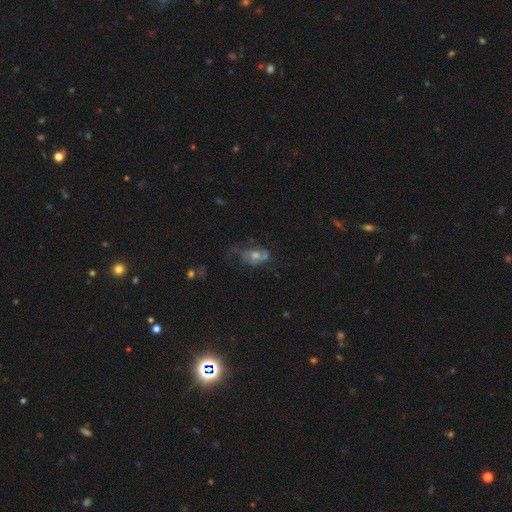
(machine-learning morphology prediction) The model was most divided on "smooth or featured" (2-way tie): featured or disk: 44%, smooth: 44%, star or artifact: 12%. Remaining: merging — major disturbance (33%).